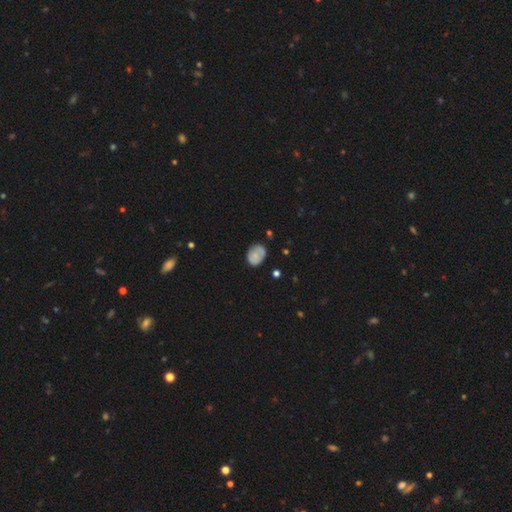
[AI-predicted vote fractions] The model was most divided on "how rounded": in between: 59%, round: 40%, cigar-shaped: 1%. More confident: smooth or featured — smooth (68%); merging — none (68%).